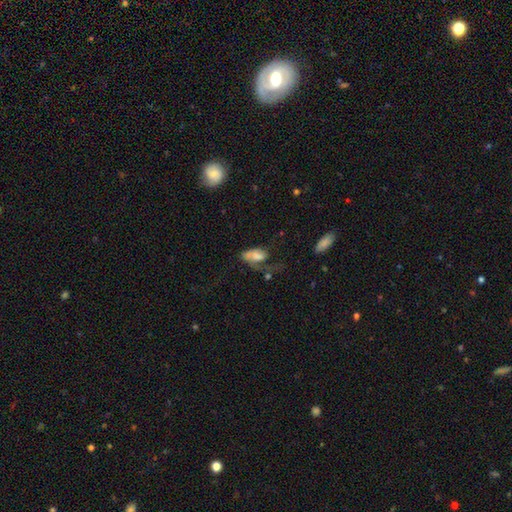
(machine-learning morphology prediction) A smooth galaxy with no disk features (52%) that is in between round and cigar-shaped (89%).

Vote fractions:
- Smooth or featured? smooth: 52% / featured or disk: 38% / star or artifact: 10%
- How rounded? in between: 89% / cigar-shaped: 6% / round: 5%
- Merging? major disturbance: 52% / none: 21% / minor disturbance: 18% / merger: 9%